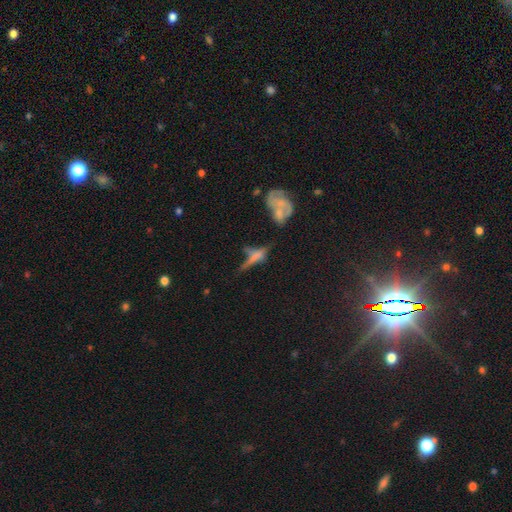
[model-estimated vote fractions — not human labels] This appears to be a featured or disk galaxy (51%) viewed edge-on (72%). Merging: none (41%).